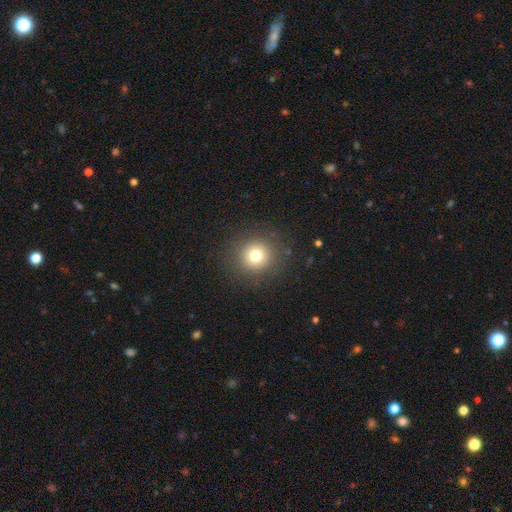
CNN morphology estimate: type=smooth (76%); roundness=round (94%); merging=none (90%).